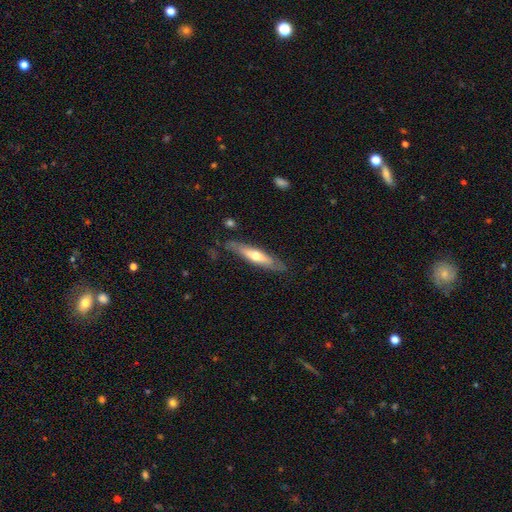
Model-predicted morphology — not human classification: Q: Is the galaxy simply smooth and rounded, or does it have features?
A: smooth — 47%, tied with featured or disk.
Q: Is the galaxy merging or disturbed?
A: none — 78%.